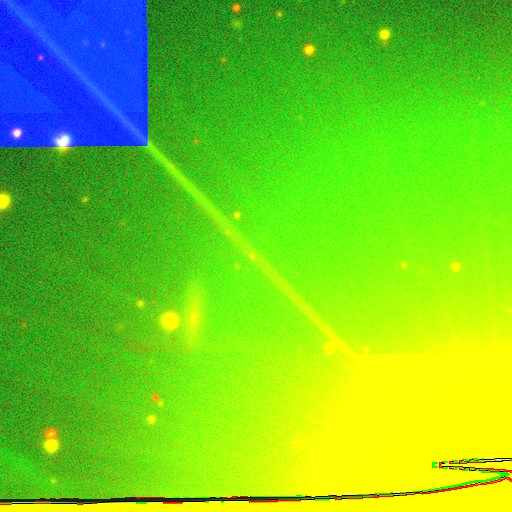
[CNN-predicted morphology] star or artifact 87%, featured or disk 7%, smooth 6%.